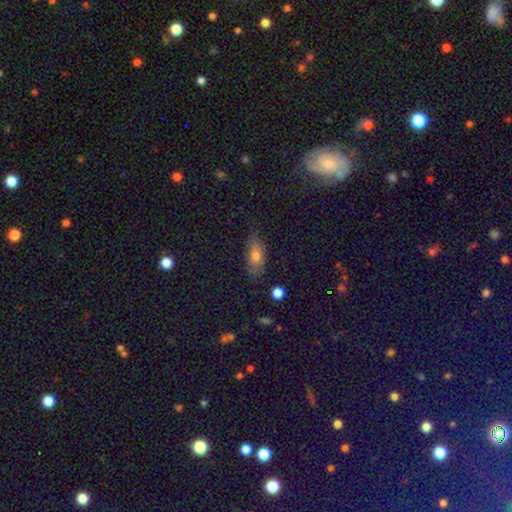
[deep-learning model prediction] A smooth galaxy with no disk features (73%) that is in between round and cigar-shaped (79%).

Vote fractions:
- Smooth or featured? smooth: 73% / featured or disk: 16% / star or artifact: 10%
- How rounded? in between: 79% / cigar-shaped: 16% / round: 5%
- Merging? none: 76% / minor disturbance: 18% / major disturbance: 4% / merger: 2%